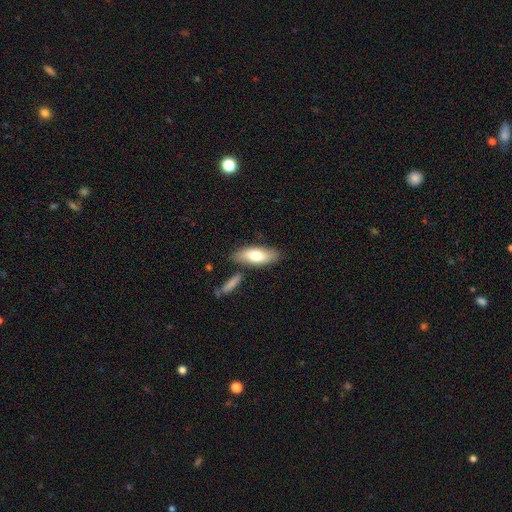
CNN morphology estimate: A smooth galaxy with no disk features (72%) that is in between round and cigar-shaped (74%).

Vote fractions:
- Smooth or featured? smooth: 72% / featured or disk: 22% / star or artifact: 6%
- How rounded? in between: 74% / cigar-shaped: 24% / round: 2%
- Merging? none: 75% / minor disturbance: 13% / merger: 9% / major disturbance: 3%